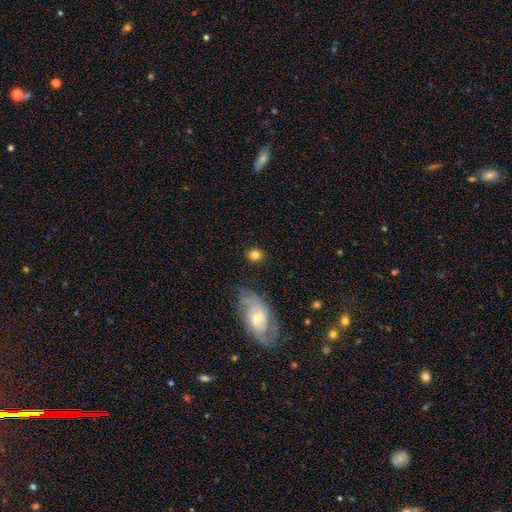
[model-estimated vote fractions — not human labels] smooth 81%, featured or disk 10%, star or artifact 9%. Down the decision tree: how rounded — round (75%); merging — none (83%).